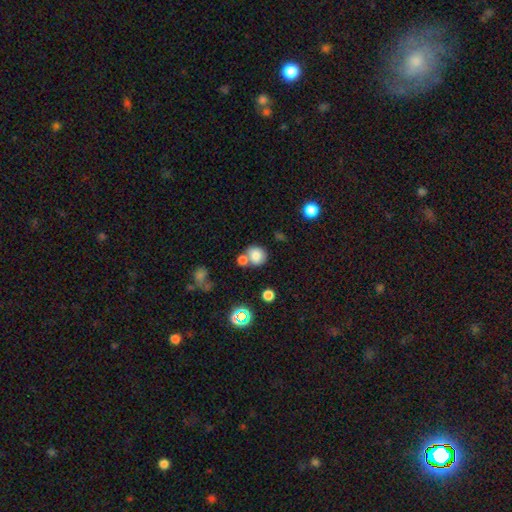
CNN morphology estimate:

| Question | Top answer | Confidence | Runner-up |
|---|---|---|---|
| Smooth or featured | smooth | 79% | star or artifact (11%) |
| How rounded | round | 81% | in between (18%) |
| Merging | none | 52% | merger (33%) |